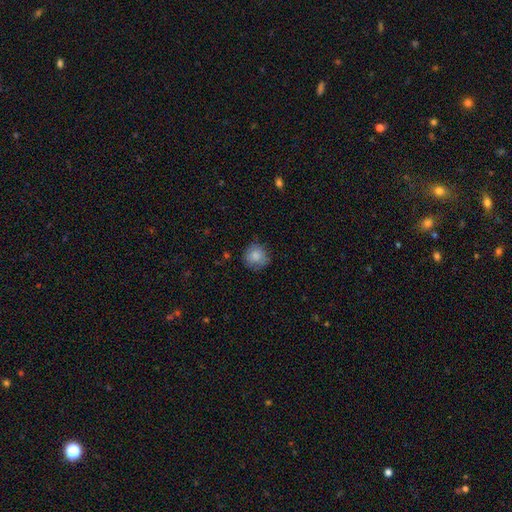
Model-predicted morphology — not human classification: smooth 83%, featured or disk 9%, star or artifact 8%. Down the decision tree: how rounded — round (89%); merging — none (76%).